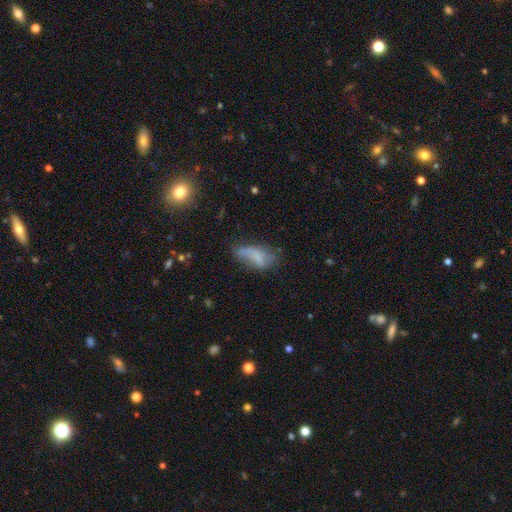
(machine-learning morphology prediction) This is possibly a smooth galaxy (58%). How rounded: clearly in between (84%). Merging: marginally none (35%).